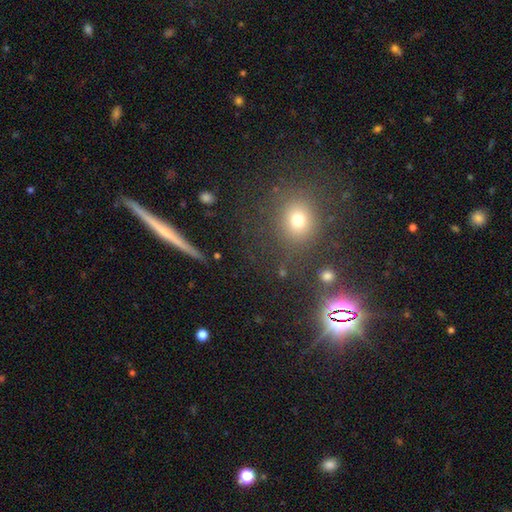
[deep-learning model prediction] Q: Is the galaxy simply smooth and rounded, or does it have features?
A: smooth — 39%.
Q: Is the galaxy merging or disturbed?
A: none — 86%.